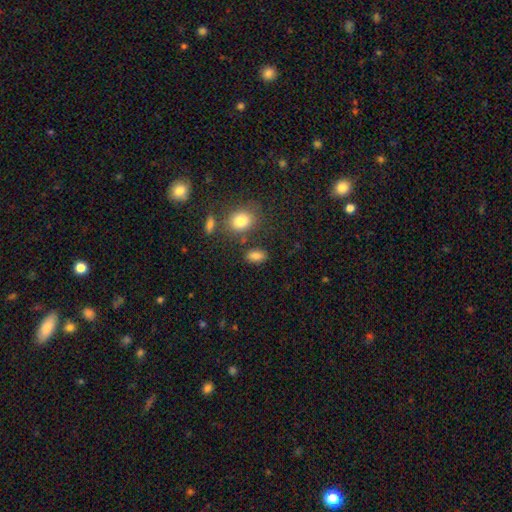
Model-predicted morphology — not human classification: Smooth or featured: smooth — 83% (star or artifact — 11%)
How rounded: in between — 86% (round — 11%)
Merging: none — 78% (minor disturbance — 12%)